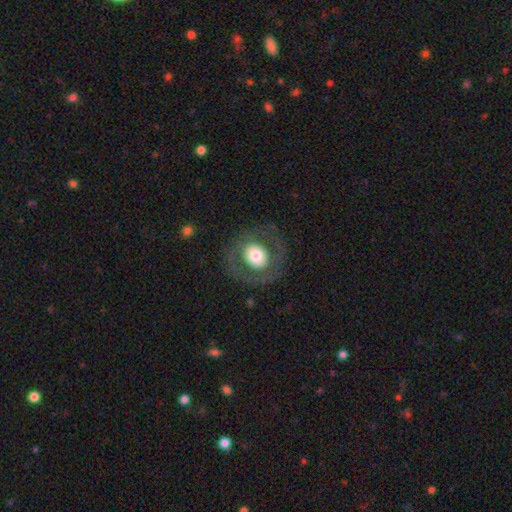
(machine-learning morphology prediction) smooth-or-featured: smooth: 50% | featured or disk: 42% | star or artifact: 8%
  how-rounded: round: 83% | in between: 16% | cigar-shaped: 1%
  merging: none: 79% | major disturbance: 10% | minor disturbance: 10% | merger: 1%